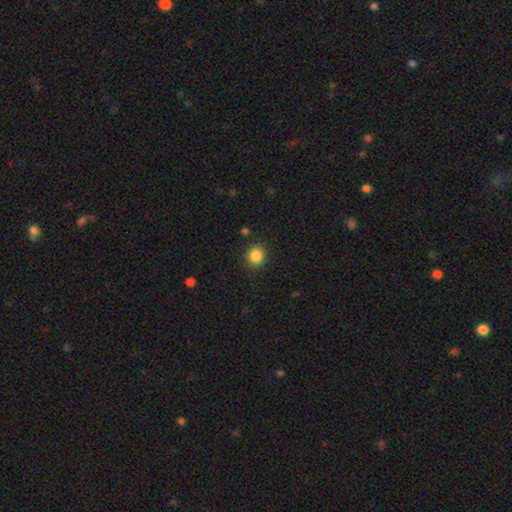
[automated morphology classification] smooth 86%, star or artifact 10%, featured or disk 4%. Down the decision tree: how rounded — round (82%); merging — none (89%).